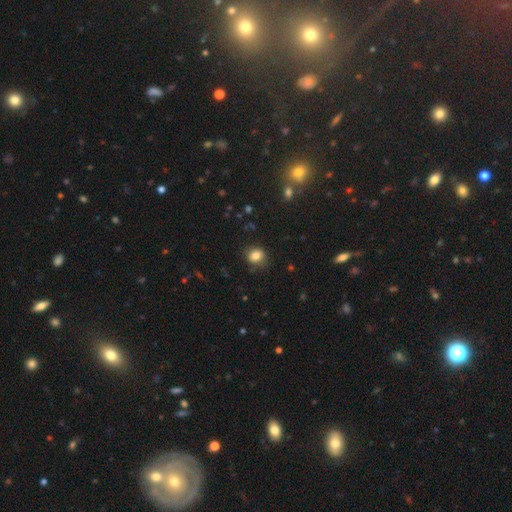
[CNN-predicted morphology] A smooth galaxy with no disk features (82%) that is round (62%). Merging: none (76%).